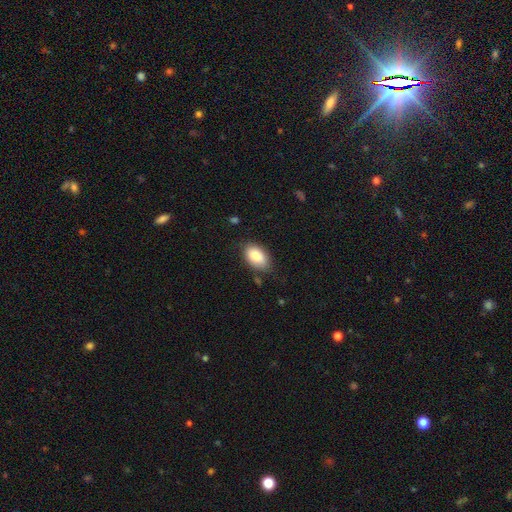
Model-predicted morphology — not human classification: smooth_or_featured: smooth (p=0.84) [alt: featured or disk p=0.09]
how_rounded: in between (p=0.91) [alt: round p=0.08]
merging: none (p=0.76) [alt: minor disturbance p=0.18]